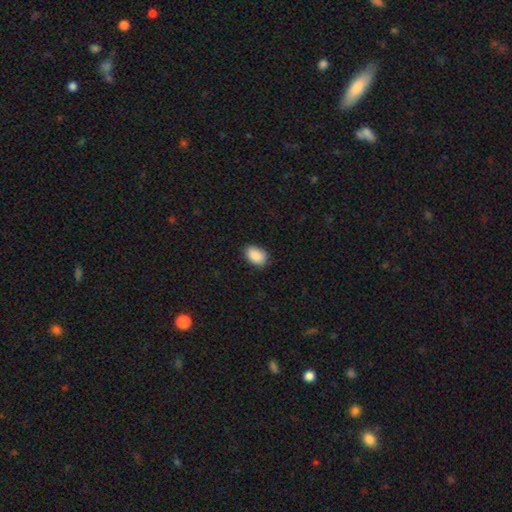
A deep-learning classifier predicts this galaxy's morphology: Smooth or featured? Predicted: smooth (p=0.90). How rounded? Predicted: in between (p=0.89). Merging? Predicted: none (p=0.85).